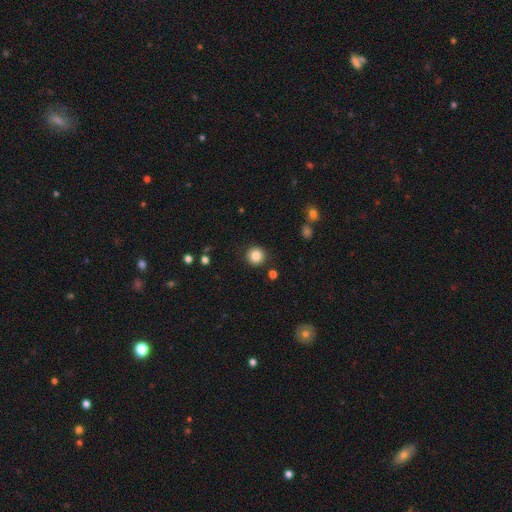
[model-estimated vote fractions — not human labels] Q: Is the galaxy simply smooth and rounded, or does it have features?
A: smooth — 84%.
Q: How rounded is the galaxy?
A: round — 94%.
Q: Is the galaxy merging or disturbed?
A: none — 91%.